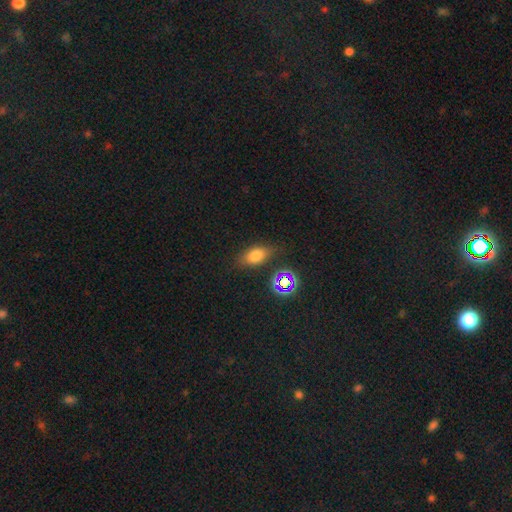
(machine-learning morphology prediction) Overall: smooth (71%). How rounded: in between (80%). Merging: none (77%).